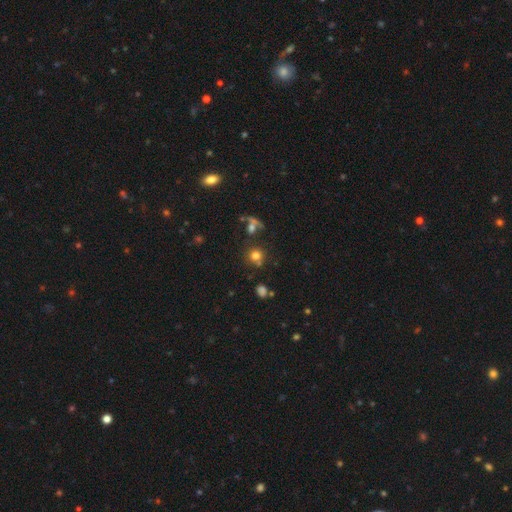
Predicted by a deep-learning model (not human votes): Smooth or featured? smooth (74%)
How rounded? round (88%)
Merging? none (70%)